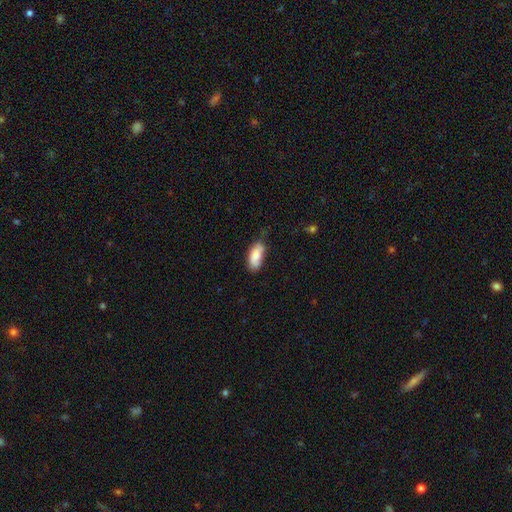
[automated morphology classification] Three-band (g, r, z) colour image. It shows a smooth galaxy with no disk features (85%) that is in between round and cigar-shaped (86%). Merging: none (64%).